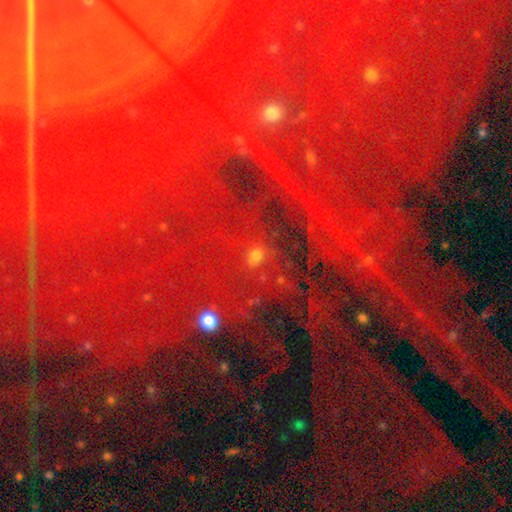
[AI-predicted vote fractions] Morphology: type=star or artifact (64%).